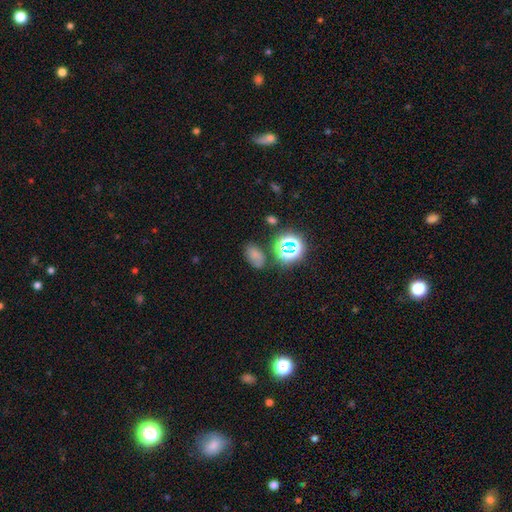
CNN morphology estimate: Q: Smooth or featured?
A: smooth (63%); runner-up: star or artifact (26%)
Q: How rounded?
A: in between (84%); runner-up: round (14%)
Q: Merging?
A: none (64%); runner-up: minor disturbance (21%)